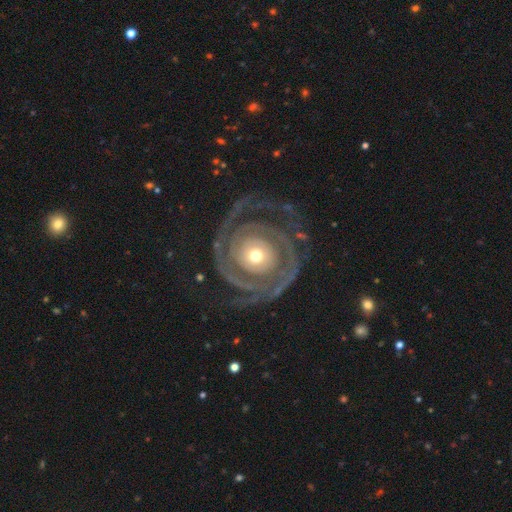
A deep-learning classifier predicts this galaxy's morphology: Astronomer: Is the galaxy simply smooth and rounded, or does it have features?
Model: featured or disk — 90%.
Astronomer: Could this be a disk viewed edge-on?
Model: no — 98%.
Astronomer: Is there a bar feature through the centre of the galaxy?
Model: no — 83%.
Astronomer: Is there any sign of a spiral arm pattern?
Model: yes — 96%.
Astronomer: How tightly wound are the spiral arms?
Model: tight — 74%.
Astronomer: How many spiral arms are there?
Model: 2 — 54%.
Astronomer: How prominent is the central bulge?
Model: moderate — 65%.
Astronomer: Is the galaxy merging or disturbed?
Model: none — 73%.